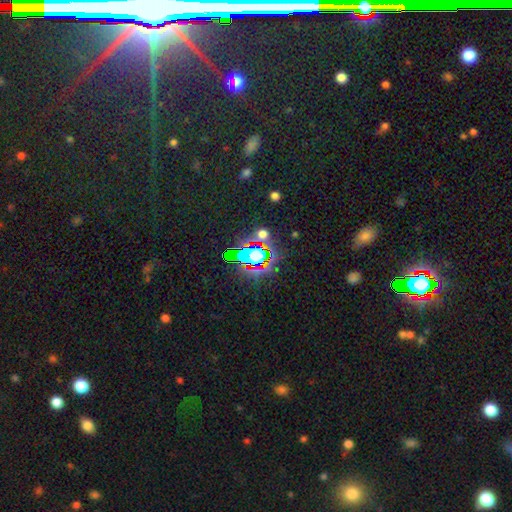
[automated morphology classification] Q: Smooth or featured?
A: star or artifact (65%); runner-up: smooth (22%)